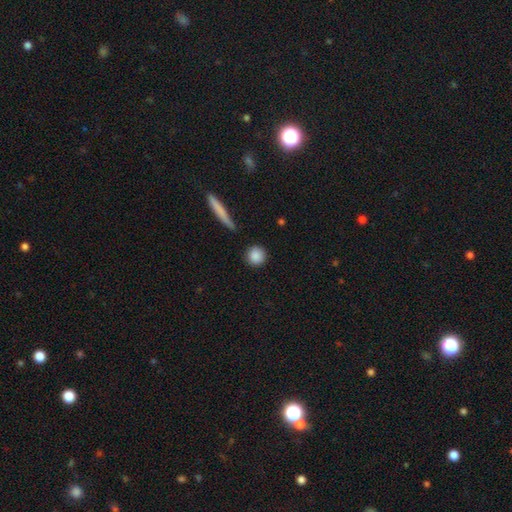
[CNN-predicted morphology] The model was most divided on "smooth or featured": smooth: 87%, star or artifact: 7%, featured or disk: 5%. More confident: how rounded — round (91%); merging — none (88%).